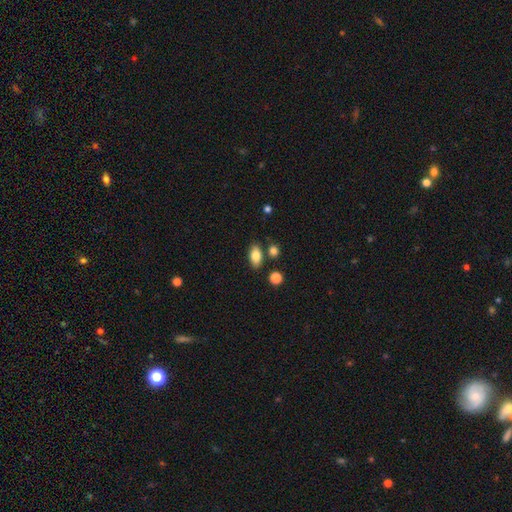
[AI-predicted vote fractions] Smooth or featured? Predicted: smooth (p=0.81). How rounded? Predicted: in between (p=0.88). Merging? Predicted: none (p=0.79).